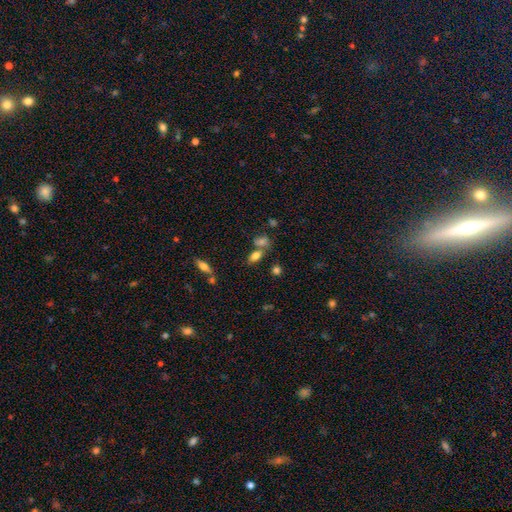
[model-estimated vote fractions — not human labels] Morphology: type=smooth (73%); roundness=in between (82%); merging=none (55%).